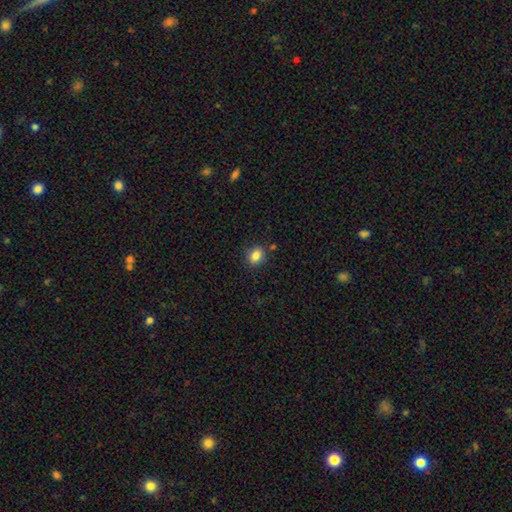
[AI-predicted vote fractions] A smooth galaxy with no disk features (84%) that is in between round and cigar-shaped (58%). Merging: none (82%).